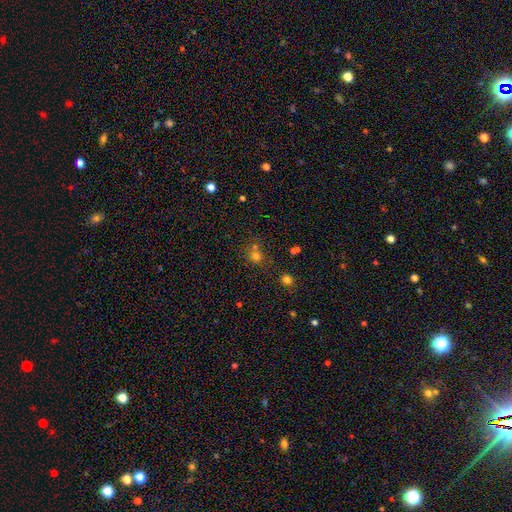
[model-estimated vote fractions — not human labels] Morphology: type=smooth (64%); roundness=round (84%); merging=none (55%).